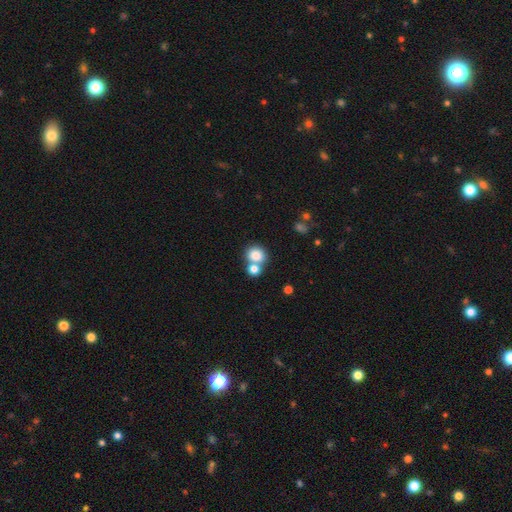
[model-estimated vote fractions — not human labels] This appears to be a smooth galaxy with no disk features (82%) that is round (78%). Merging: none (49%).